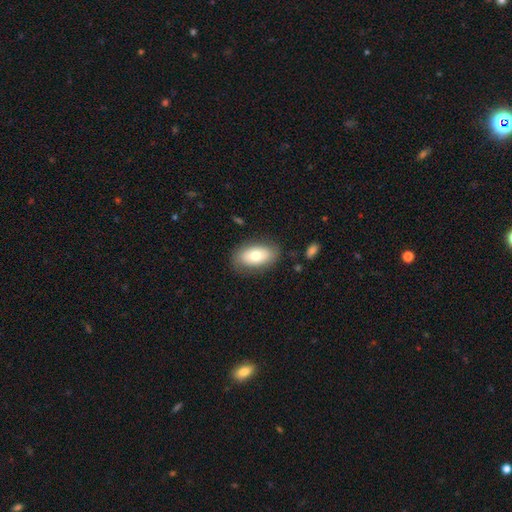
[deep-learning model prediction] Smooth or featured: smooth — 72% (featured or disk — 21%)
How rounded: in between — 92% (round — 5%)
Merging: none — 81% (minor disturbance — 13%)